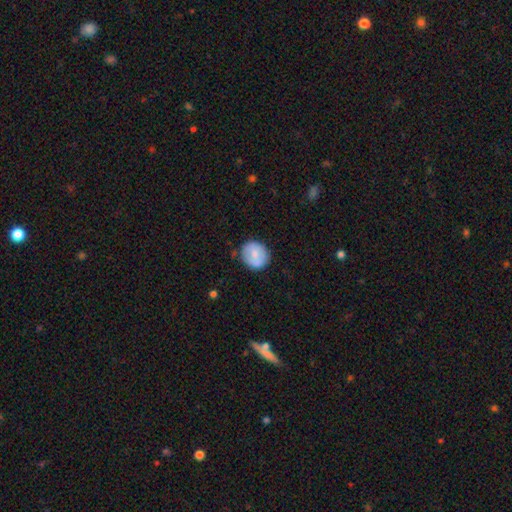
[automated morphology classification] smooth-or-featured: smooth: 69% | featured or disk: 24% | star or artifact: 7%
  how-rounded: round: 79% | in between: 20% | cigar-shaped: 1%
  merging: none: 78% | minor disturbance: 16% | major disturbance: 4% | merger: 2%